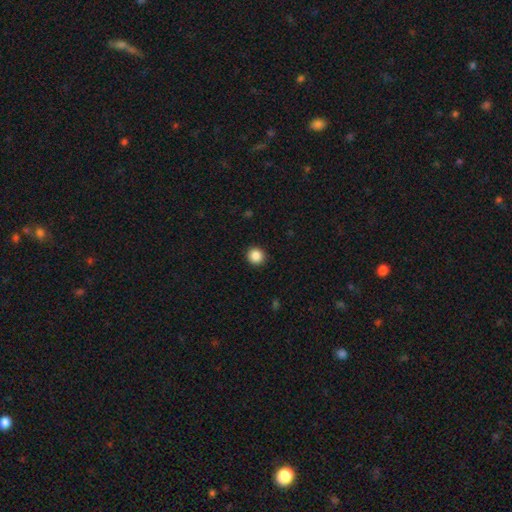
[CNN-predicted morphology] A smooth galaxy with no disk features (87%) that is round (92%). Merging: none (92%).